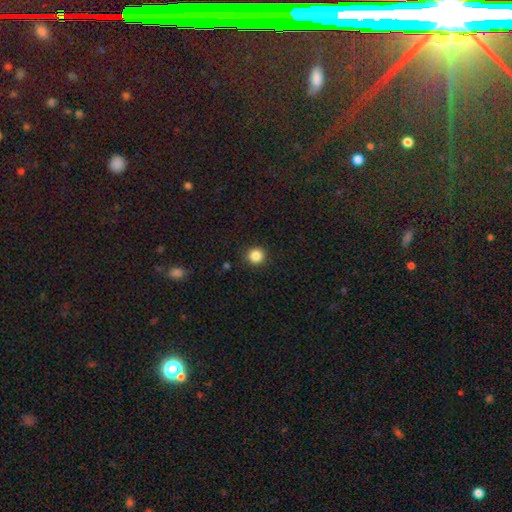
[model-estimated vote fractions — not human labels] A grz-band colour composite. It shows a smooth galaxy with no disk features (86%) that is round (93%). Merging: none (91%).